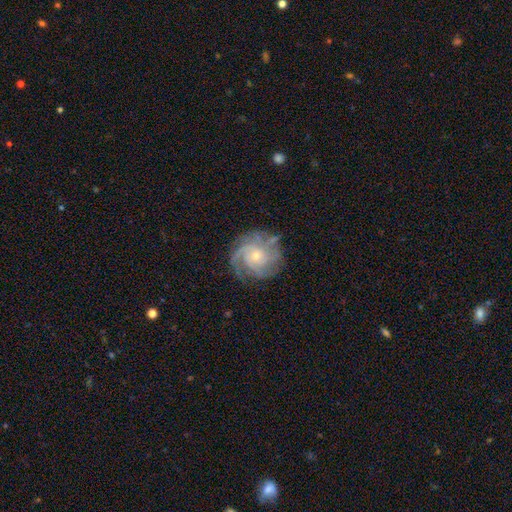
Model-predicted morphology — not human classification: This appears to be a featured or disk galaxy (84%) with no bar (77%), 3 (29%) tight (57%) spiral arms (95%) and a small central bulge (66%). Merging: none (74%).